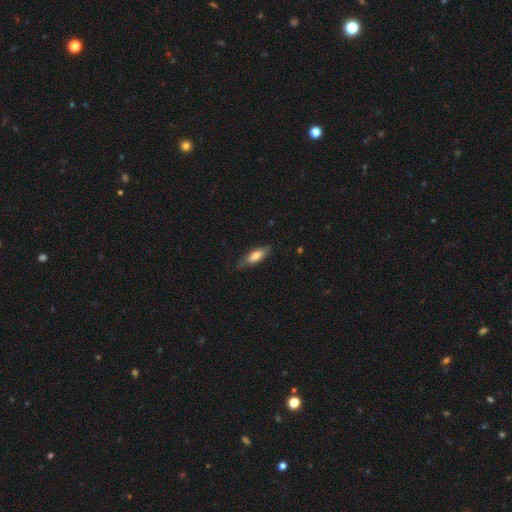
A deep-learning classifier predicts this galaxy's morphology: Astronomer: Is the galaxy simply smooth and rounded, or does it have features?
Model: smooth — 73%.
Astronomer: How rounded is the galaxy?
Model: in between — 56% (runner-up: cigar-shaped, 42%).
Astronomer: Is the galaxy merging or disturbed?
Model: none — 75%.